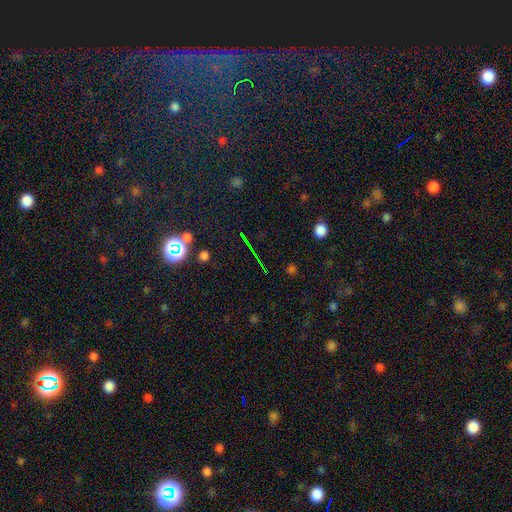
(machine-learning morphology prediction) Smooth or featured: star or artifact — 69% (smooth — 16%)